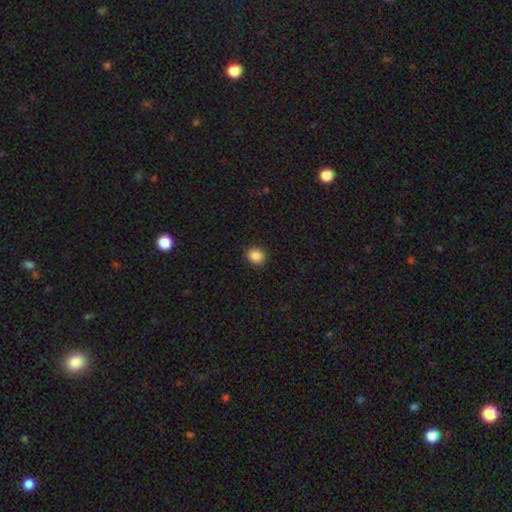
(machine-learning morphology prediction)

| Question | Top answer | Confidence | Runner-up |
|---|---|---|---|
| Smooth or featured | smooth | 87% | star or artifact (10%) |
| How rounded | round | 73% | in between (26%) |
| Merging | none | 91% | minor disturbance (6%) |